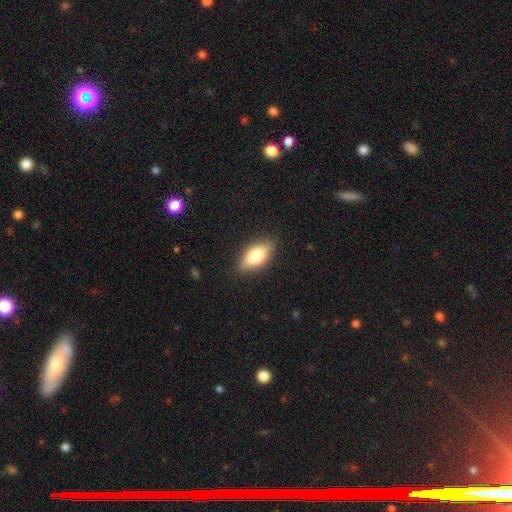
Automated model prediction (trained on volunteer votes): This is likely a smooth galaxy (73%). How rounded: clearly in between (83%). Merging: clearly none (86%).